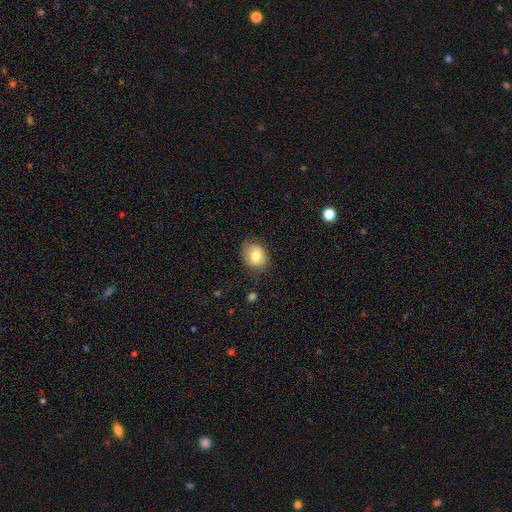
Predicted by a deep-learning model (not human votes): smooth-or-featured: smooth: 74% | featured or disk: 18% | star or artifact: 8%
  how-rounded: in between: 50% | round: 49% | cigar-shaped: 1%
  merging: none: 69% | minor disturbance: 24% | major disturbance: 6% | merger: 1%